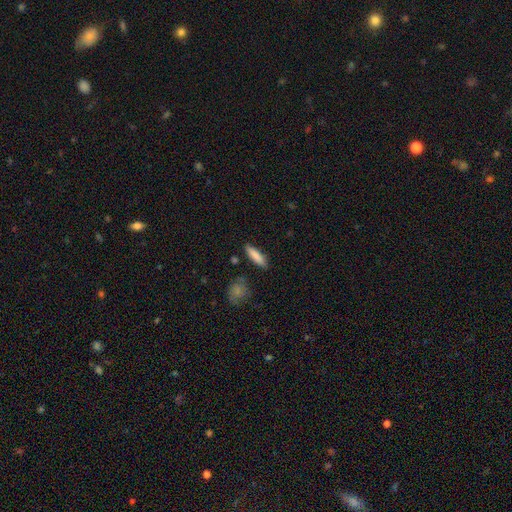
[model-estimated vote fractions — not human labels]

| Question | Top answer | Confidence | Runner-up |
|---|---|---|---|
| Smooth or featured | smooth | 84% | featured or disk (10%) |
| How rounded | cigar-shaped | 68% | in between (30%) |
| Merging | none | 85% | minor disturbance (10%) |